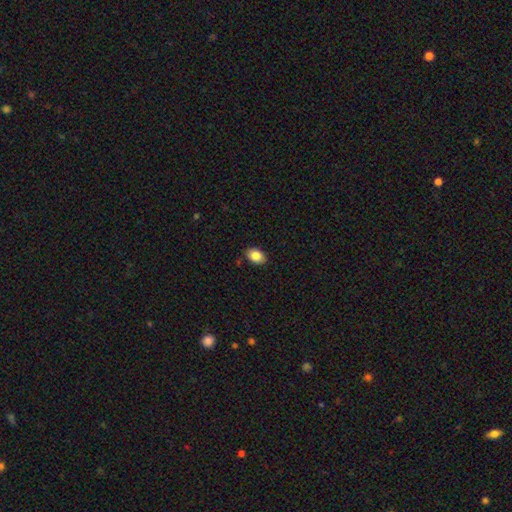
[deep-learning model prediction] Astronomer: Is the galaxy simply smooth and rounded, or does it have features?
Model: smooth — 85%.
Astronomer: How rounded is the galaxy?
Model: in between — 83%.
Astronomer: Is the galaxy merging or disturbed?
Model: none — 87%.